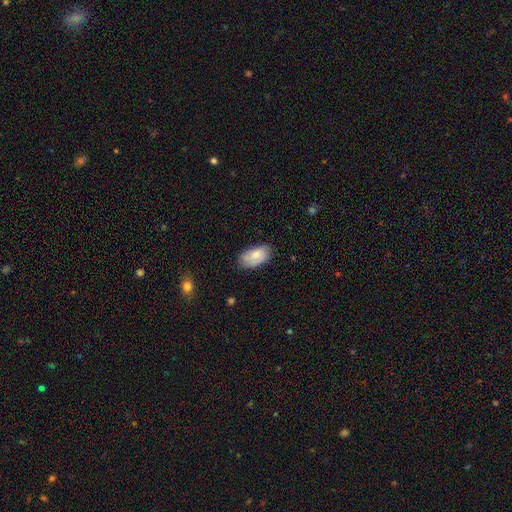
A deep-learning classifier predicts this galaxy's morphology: type=smooth (75%); roundness=in between (94%); merging=none (74%).